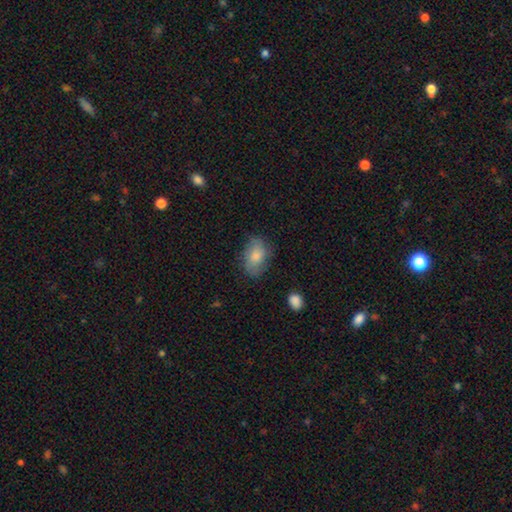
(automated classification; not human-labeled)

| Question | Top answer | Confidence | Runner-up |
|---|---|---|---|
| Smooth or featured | smooth | 77% | featured or disk (16%) |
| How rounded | in between | 87% | round (12%) |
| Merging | none | 71% | minor disturbance (21%) |